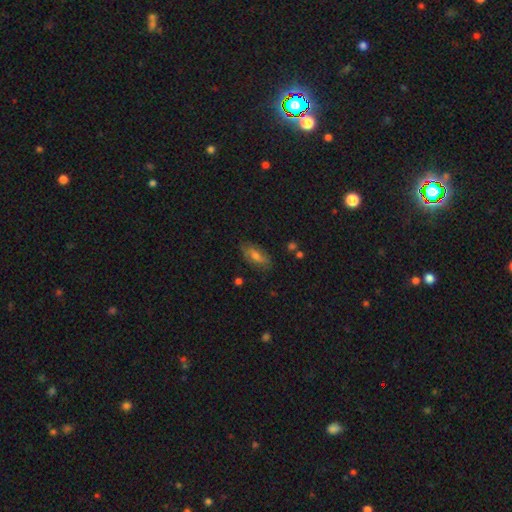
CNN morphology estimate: smooth_or_featured: smooth (p=0.53) [alt: featured or disk p=0.36]
how_rounded: in between (p=0.82) [alt: cigar-shaped p=0.13]
merging: none (p=0.80) [alt: minor disturbance p=0.15]